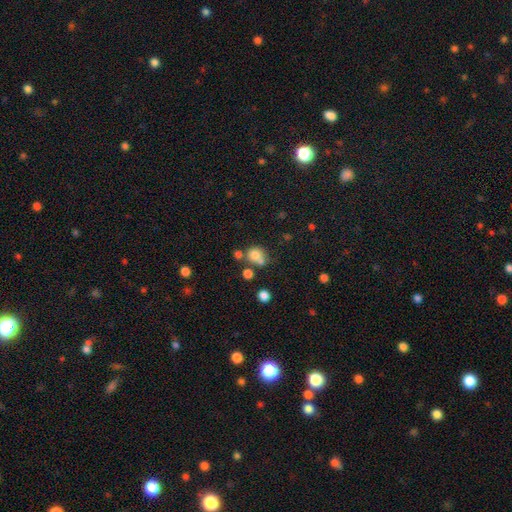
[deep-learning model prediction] Smooth or featured? Predicted: smooth (p=0.76). How rounded? Predicted: round (p=0.76). Merging? Predicted: none (p=0.47).